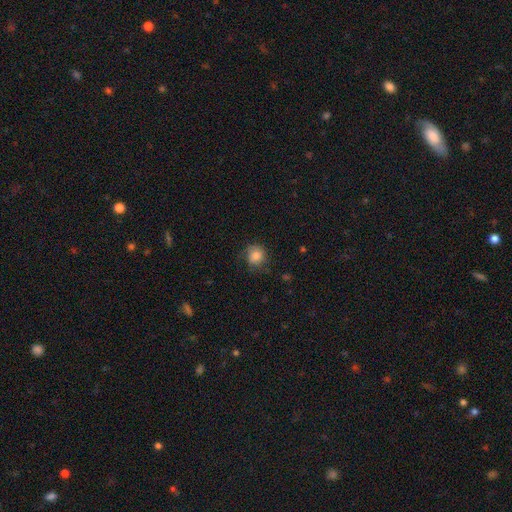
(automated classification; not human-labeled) A smooth galaxy with no disk features (82%) that is round (83%). Merging: none (64%).